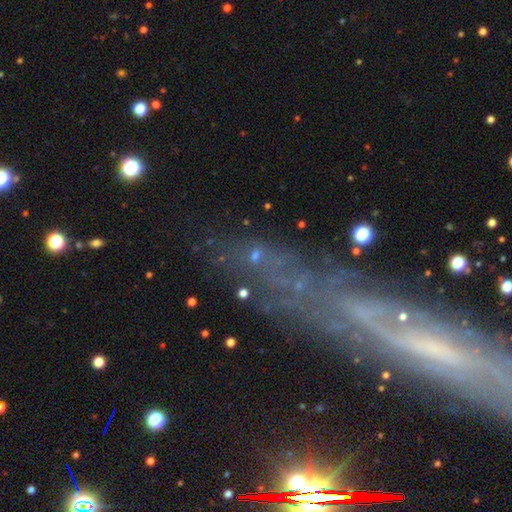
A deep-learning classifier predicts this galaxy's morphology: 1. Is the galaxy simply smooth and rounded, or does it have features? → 38% featured or disk, 35% star or artifact, 27% smooth.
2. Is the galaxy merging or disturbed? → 47% none, 22% major disturbance, 17% minor disturbance, 14% merger.